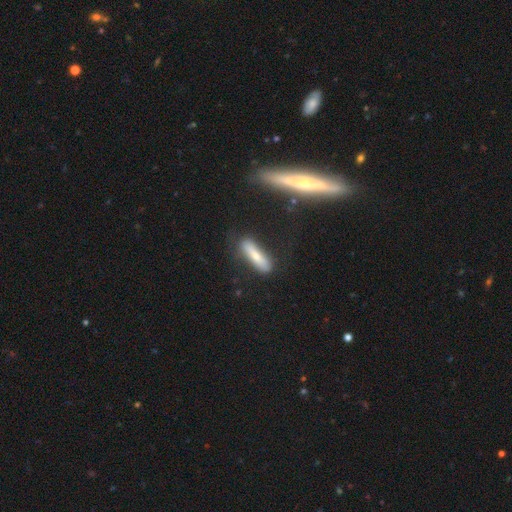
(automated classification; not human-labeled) This appears to be a smooth galaxy with no disk features (65%) that is cigar-shaped (74%). Merging: none (76%).